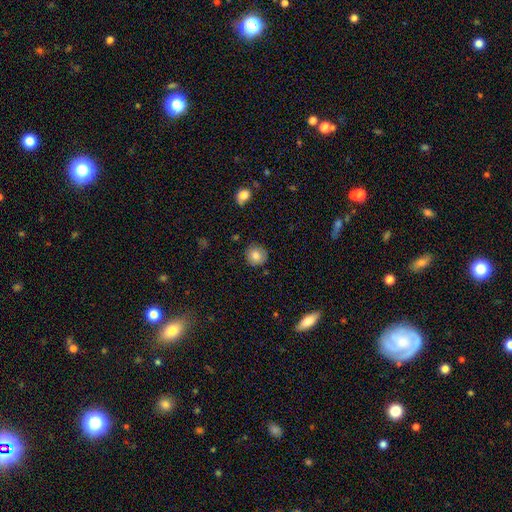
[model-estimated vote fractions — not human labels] smooth 80%, featured or disk 11%, star or artifact 10%. Down the decision tree: how rounded — round (91%); merging — none (87%).